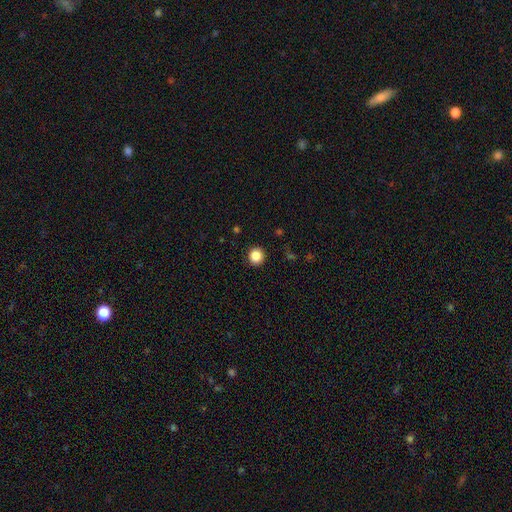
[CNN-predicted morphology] This is clearly a smooth galaxy (86%). How rounded: clearly round (92%). Merging: clearly none (92%).